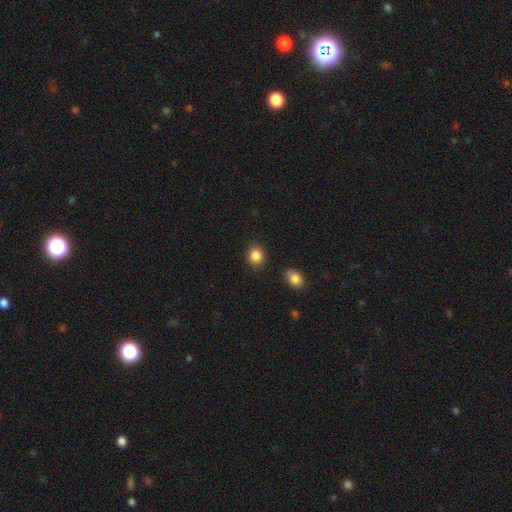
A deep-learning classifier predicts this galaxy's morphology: A smooth galaxy with no disk features (86%) that is round (77%).

Vote fractions:
- Smooth or featured? smooth: 86% / star or artifact: 10% / featured or disk: 4%
- How rounded? round: 77% / in between: 22% / cigar-shaped: 1%
- Merging? none: 86% / minor disturbance: 9% / merger: 3% / major disturbance: 3%